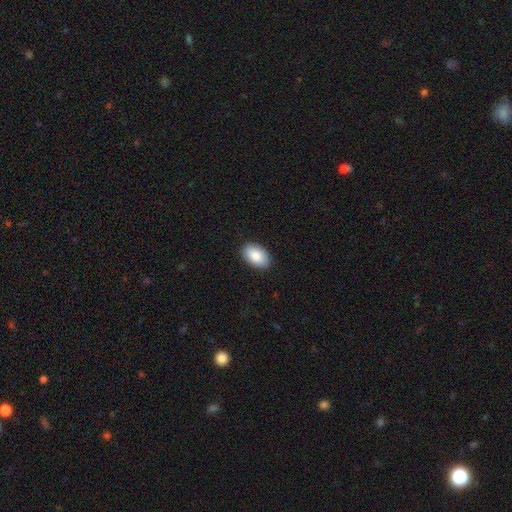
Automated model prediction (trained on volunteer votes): Smooth or featured?
  - smooth: 88% *
  - featured or disk: 6%
  - star or artifact: 6%
How rounded?
  - in between: 94% *
  - round: 5%
  - cigar-shaped: 1%
Merging?
  - none: 89% *
  - minor disturbance: 8%
  - major disturbance: 2%
  - merger: 1%